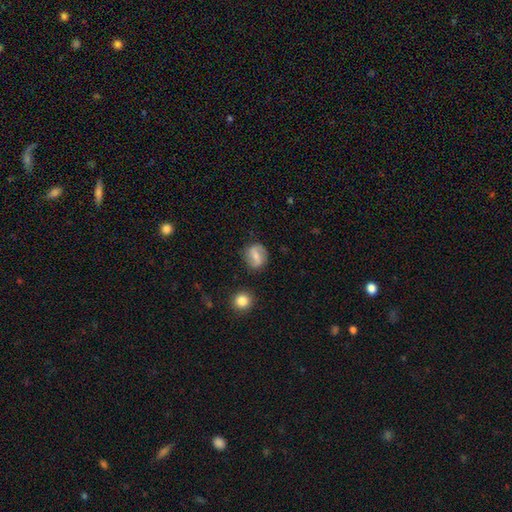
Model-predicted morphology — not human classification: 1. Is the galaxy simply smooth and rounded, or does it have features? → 52% featured or disk, 40% smooth, 7% star or artifact.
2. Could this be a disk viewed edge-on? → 96% no, 4% yes.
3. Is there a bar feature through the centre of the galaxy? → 42% strong, 41% weak, 17% no.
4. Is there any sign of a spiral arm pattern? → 80% yes, 20% no.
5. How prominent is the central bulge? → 44% small, 40% moderate, 11% none, 3% large, 1% dominant.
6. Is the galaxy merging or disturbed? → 81% none, 12% minor disturbance, 4% major disturbance, 2% merger.